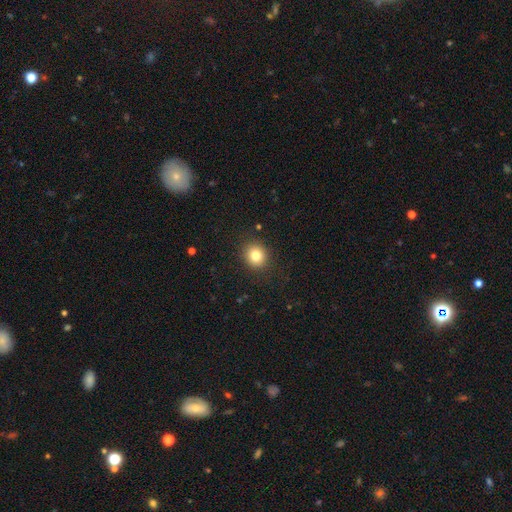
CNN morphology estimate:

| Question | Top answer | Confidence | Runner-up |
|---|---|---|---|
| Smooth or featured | smooth | 81% | star or artifact (11%) |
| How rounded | round | 81% | in between (18%) |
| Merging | none | 89% | minor disturbance (7%) |